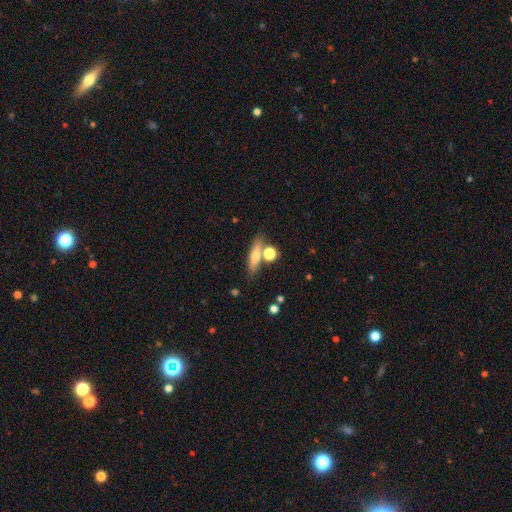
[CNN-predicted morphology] smooth-or-featured: smooth: 58% | featured or disk: 33% | star or artifact: 9%
  how-rounded: cigar-shaped: 62% | in between: 30% | round: 8%
  merging: none: 68% | merger: 17% | minor disturbance: 11% | major disturbance: 4%